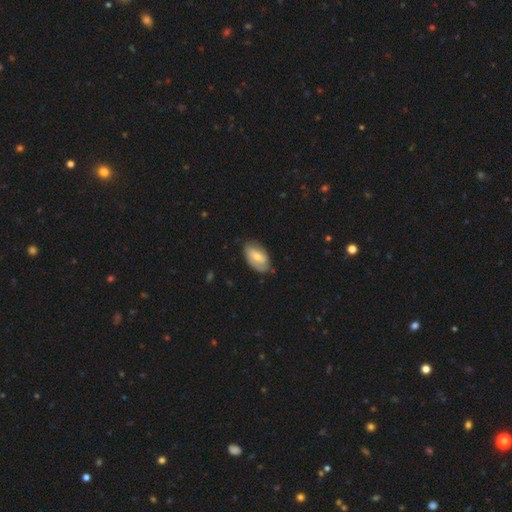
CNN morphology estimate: The model was most divided on "smooth or featured": smooth: 51%, featured or disk: 43%, star or artifact: 6%. More confident: how rounded — in between (93%); merging — none (74%).